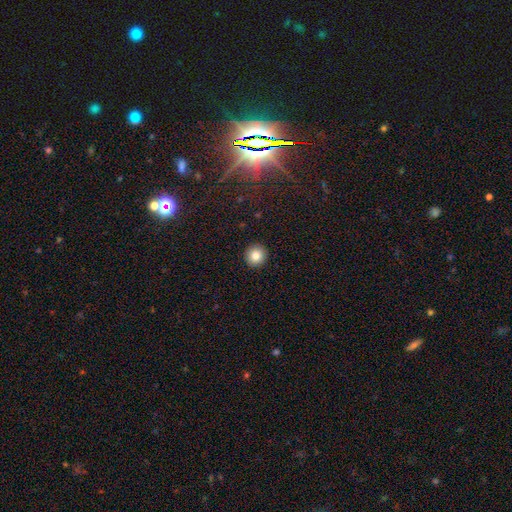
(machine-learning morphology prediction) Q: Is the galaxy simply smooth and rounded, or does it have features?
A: smooth — 83%.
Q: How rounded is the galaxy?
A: round — 94%.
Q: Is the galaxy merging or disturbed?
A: none — 93%.